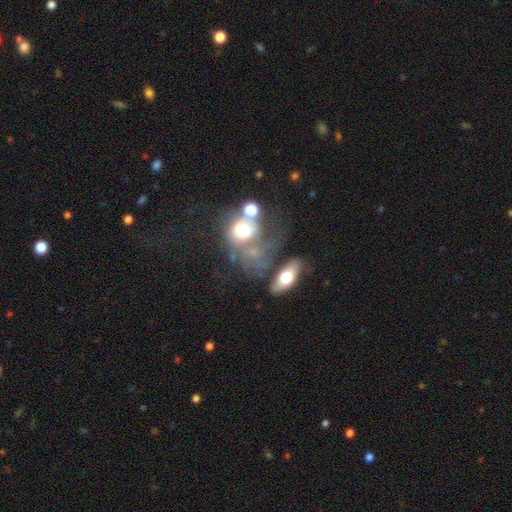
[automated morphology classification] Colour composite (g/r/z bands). It shows a smooth galaxy with no disk features (46%). Merging: merger (41%).